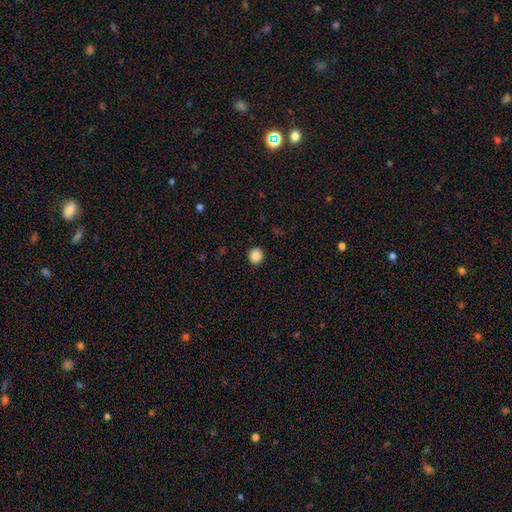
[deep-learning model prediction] Smooth or featured?
  - smooth: 87% *
  - star or artifact: 10%
  - featured or disk: 2%
How rounded?
  - round: 92% *
  - in between: 7%
  - cigar-shaped: 1%
Merging?
  - none: 92% *
  - minor disturbance: 6%
  - major disturbance: 2%
  - merger: 1%